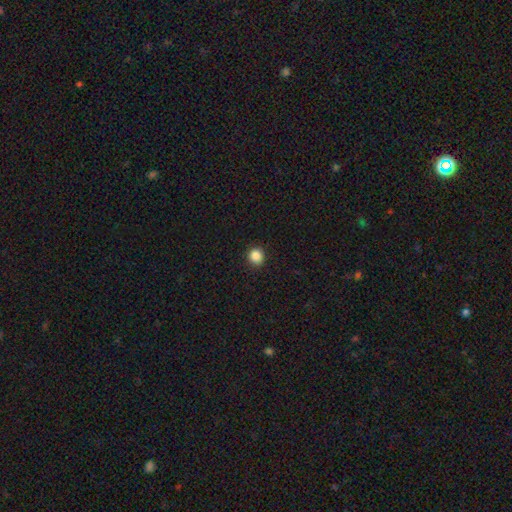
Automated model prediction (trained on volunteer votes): Smooth or featured?
  - smooth: 87% *
  - star or artifact: 10%
  - featured or disk: 3%
How rounded?
  - round: 89% *
  - in between: 10%
  - cigar-shaped: 1%
Merging?
  - none: 92% *
  - minor disturbance: 5%
  - major disturbance: 2%
  - merger: 1%